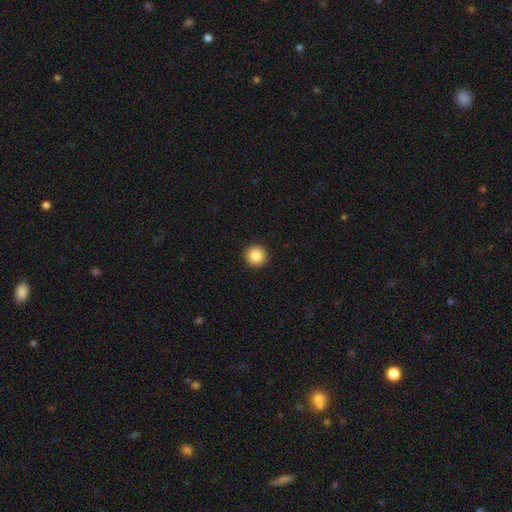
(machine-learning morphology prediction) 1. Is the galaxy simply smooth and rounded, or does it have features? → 86% smooth, 9% star or artifact, 4% featured or disk.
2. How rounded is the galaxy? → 96% round, 3% in between, 1% cigar-shaped.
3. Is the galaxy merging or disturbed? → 94% none, 4% minor disturbance, 1% major disturbance, 1% merger.